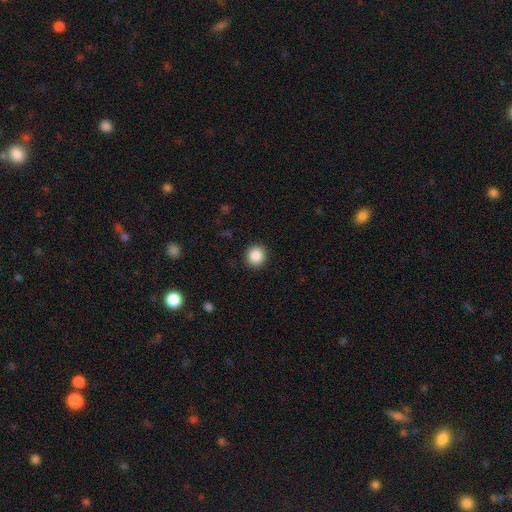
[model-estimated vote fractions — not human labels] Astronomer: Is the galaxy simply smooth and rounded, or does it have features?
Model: smooth — 87%.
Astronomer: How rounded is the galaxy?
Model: round — 91%.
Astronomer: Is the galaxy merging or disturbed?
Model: none — 91%.